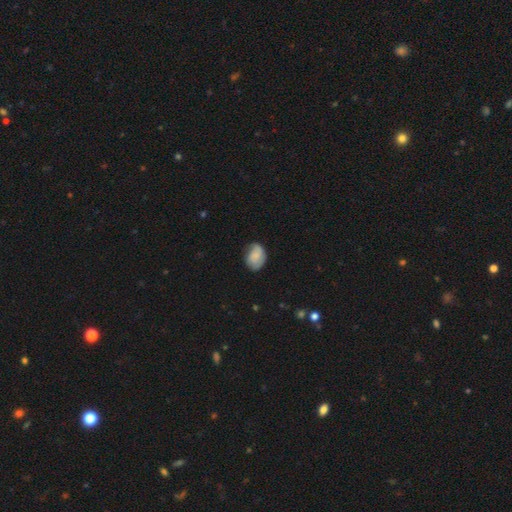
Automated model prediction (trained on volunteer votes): Q: Smooth or featured?
A: smooth (58%); runner-up: featured or disk (34%)
Q: How rounded?
A: in between (70%); runner-up: round (29%)
Q: Merging?
A: none (58%); runner-up: minor disturbance (30%)